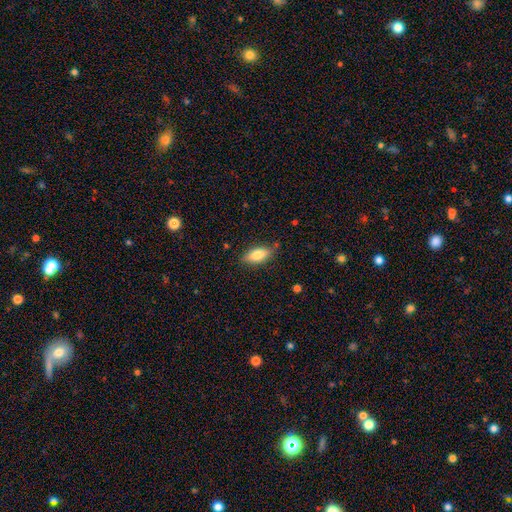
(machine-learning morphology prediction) Q: Smooth or featured?
A: smooth (80%); runner-up: featured or disk (13%)
Q: How rounded?
A: in between (82%); runner-up: cigar-shaped (16%)
Q: Merging?
A: none (80%); runner-up: minor disturbance (16%)